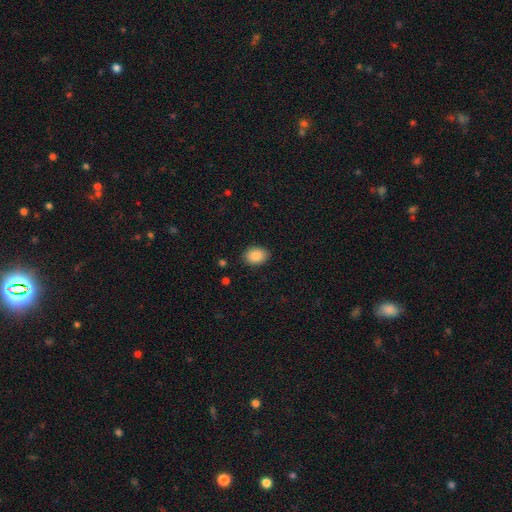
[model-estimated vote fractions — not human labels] smooth_or_featured: smooth (p=0.87) [alt: star or artifact p=0.08]
how_rounded: in between (p=0.71) [alt: round p=0.28]
merging: none (p=0.88) [alt: minor disturbance p=0.09]